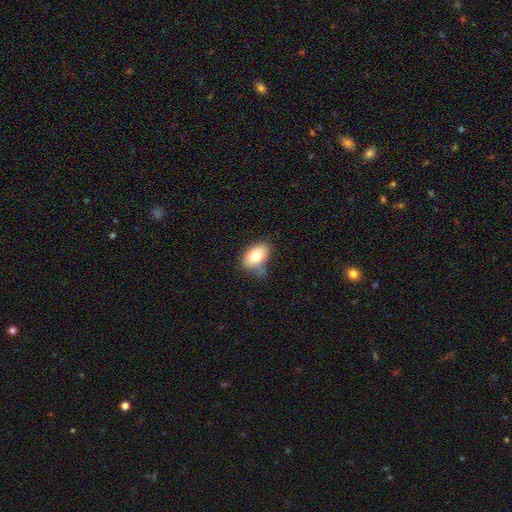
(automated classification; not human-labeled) Q: Smooth or featured?
A: smooth (76%); runner-up: featured or disk (16%)
Q: How rounded?
A: in between (87%); runner-up: round (11%)
Q: Merging?
A: none (58%); runner-up: minor disturbance (28%)